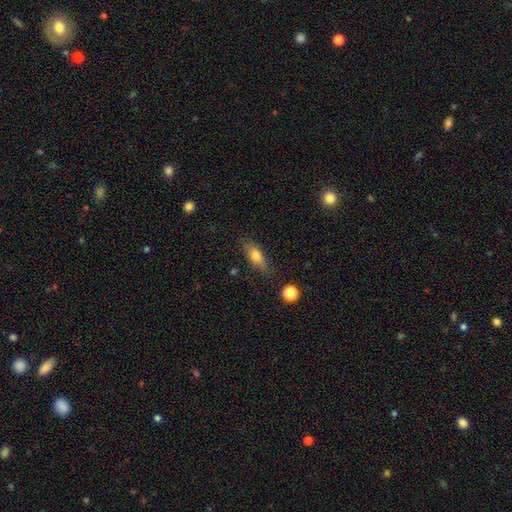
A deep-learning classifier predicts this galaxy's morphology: This is likely a smooth galaxy (72%). How rounded: likely in between (71%). Merging: clearly none (80%).